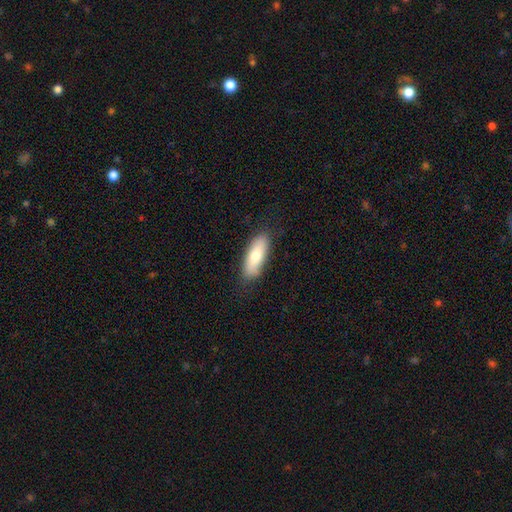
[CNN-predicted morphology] Overall: smooth (75%). How rounded: in between (66%; cigar-shaped 32%). Merging: none (83%).